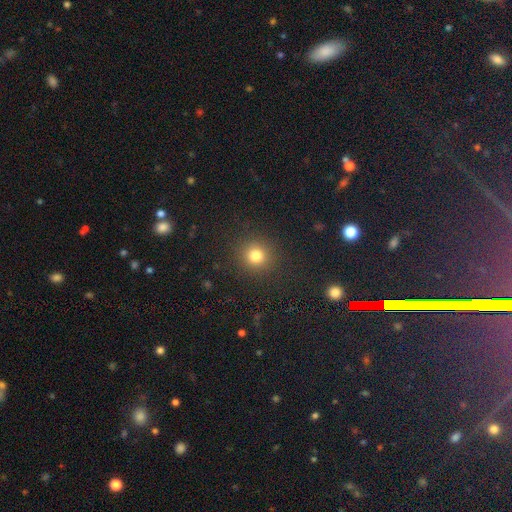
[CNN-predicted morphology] This appears to be a smooth galaxy with no disk features (79%) that is round (90%). Merging: none (89%).